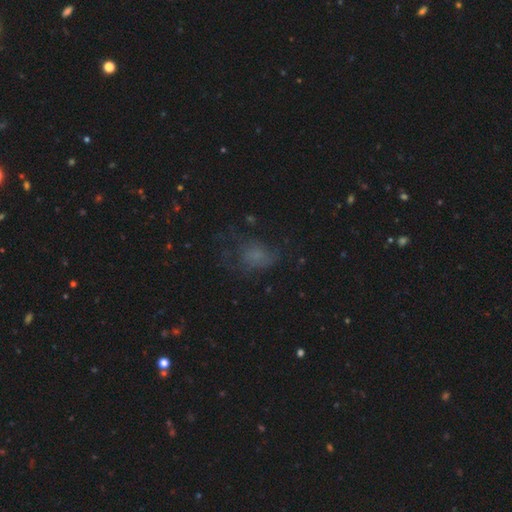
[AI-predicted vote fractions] Smooth or featured?
  - smooth: 52% *
  - featured or disk: 26%
  - star or artifact: 22%
How rounded?
  - in between: 66% *
  - round: 32%
  - cigar-shaped: 2%
Merging?
  - none: 42% *
  - major disturbance: 33%
  - minor disturbance: 23%
  - merger: 2%